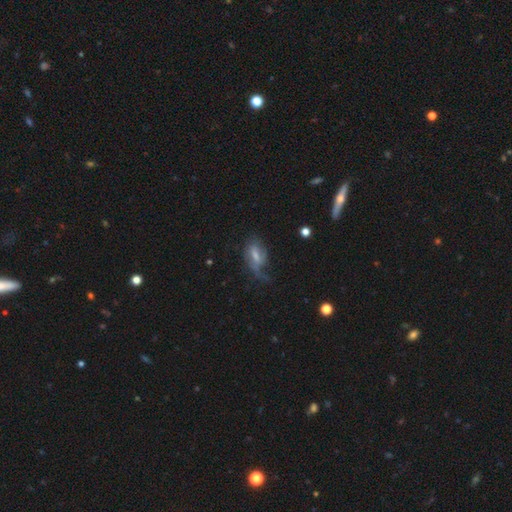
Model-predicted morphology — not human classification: The model was most divided on "smooth or featured": featured or disk: 48%, smooth: 43%, star or artifact: 10%. Remaining: merging — major disturbance (37%).